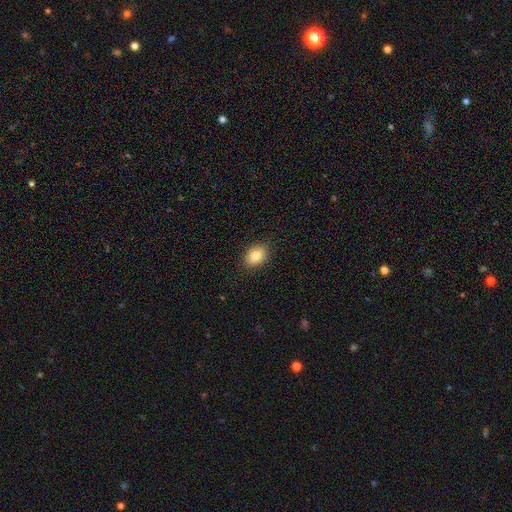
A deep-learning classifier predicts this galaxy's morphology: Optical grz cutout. It shows a smooth galaxy with no disk features (83%) that is in between round and cigar-shaped (70%). Merging: none (88%).